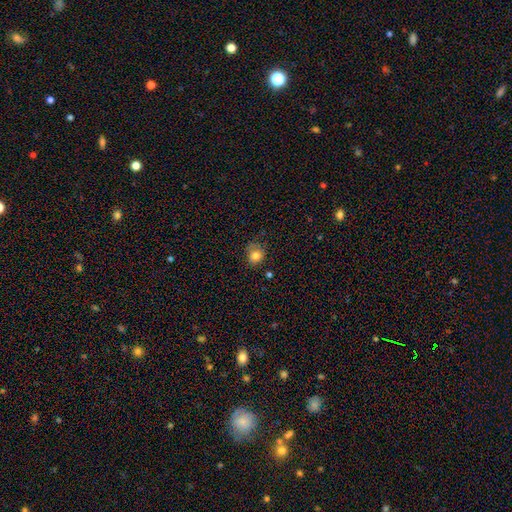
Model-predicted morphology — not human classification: This is clearly a smooth galaxy (81%). How rounded: likely round (67%). Merging: possibly none (59%).